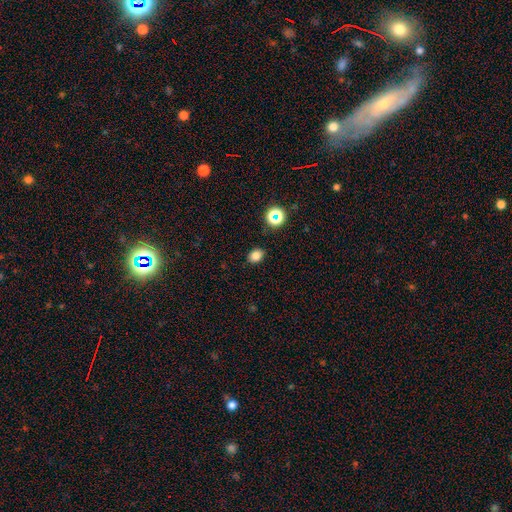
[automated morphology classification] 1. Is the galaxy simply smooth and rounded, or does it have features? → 79% smooth, 15% star or artifact, 6% featured or disk.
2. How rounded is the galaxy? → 58% in between, 41% round, 1% cigar-shaped.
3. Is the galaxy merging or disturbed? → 87% none, 9% minor disturbance, 3% major disturbance, 1% merger.